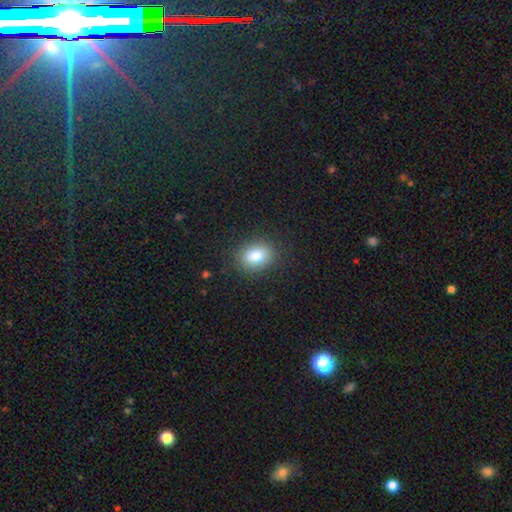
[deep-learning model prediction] Smooth or featured? smooth (83%)
How rounded? in between (68%)
Merging? none (86%)